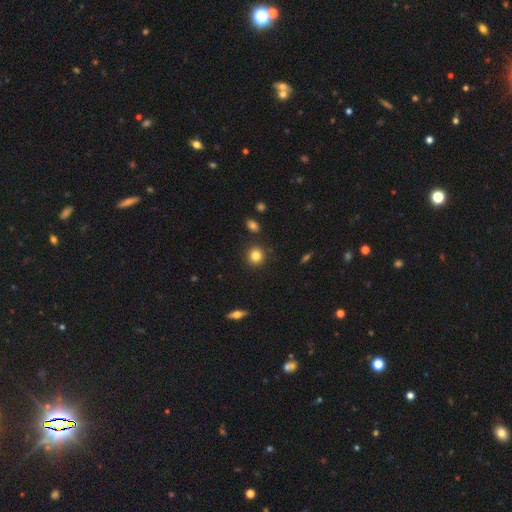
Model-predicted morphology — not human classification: smooth_or_featured: smooth (p=0.84) [alt: star or artifact p=0.10]
how_rounded: round (p=0.89) [alt: in between p=0.09]
merging: none (p=0.90) [alt: minor disturbance p=0.06]